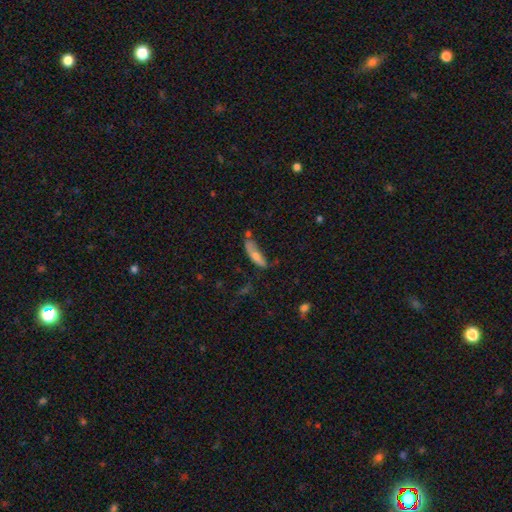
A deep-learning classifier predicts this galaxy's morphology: This is likely a smooth galaxy (70%). How rounded: possibly cigar-shaped (50%). Merging: marginally none (36%).